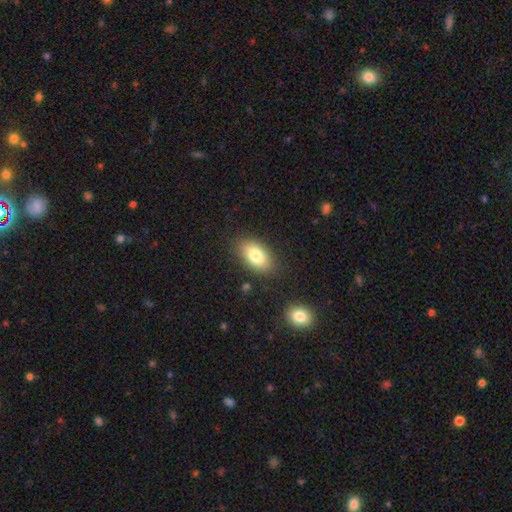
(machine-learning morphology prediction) smooth 81%, featured or disk 12%, star or artifact 8%. Down the decision tree: how rounded — in between (92%); merging — none (84%).